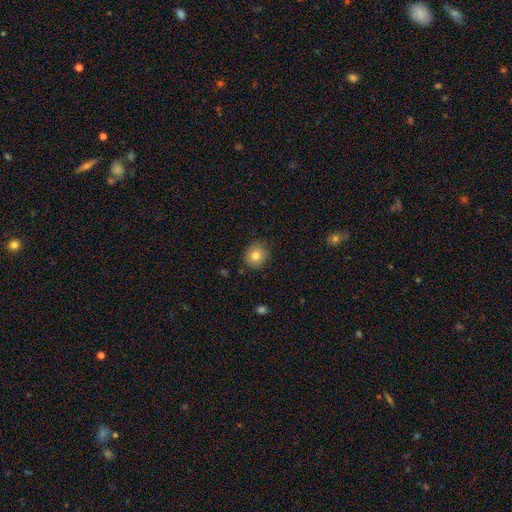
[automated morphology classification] A smooth galaxy with no disk features (82%) that is round (85%).

Vote fractions:
- Smooth or featured? smooth: 82% / star or artifact: 9% / featured or disk: 9%
- How rounded? round: 85% / in between: 14% / cigar-shaped: 1%
- Merging? none: 85% / minor disturbance: 11% / major disturbance: 2% / merger: 1%